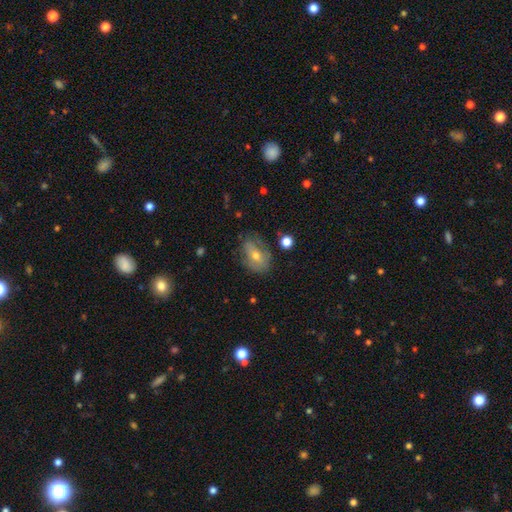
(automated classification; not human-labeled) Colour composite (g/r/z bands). It shows a smooth galaxy with no disk features (49%). Merging: none (61%).